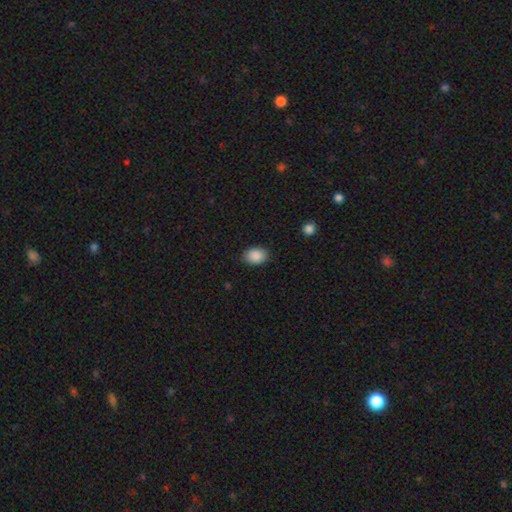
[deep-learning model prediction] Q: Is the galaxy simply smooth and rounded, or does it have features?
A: smooth — 90%.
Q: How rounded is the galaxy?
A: in between — 79%.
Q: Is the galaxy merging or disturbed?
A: none — 87%.